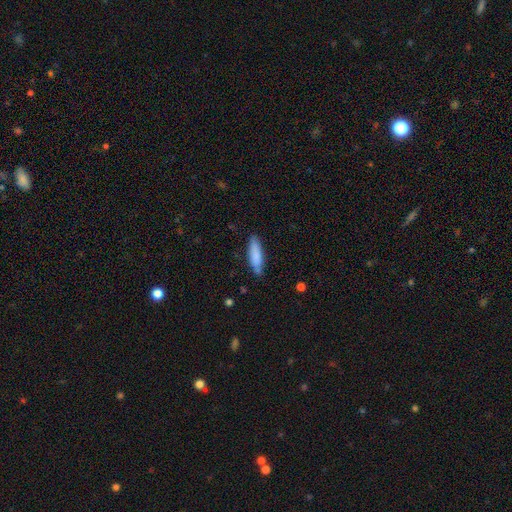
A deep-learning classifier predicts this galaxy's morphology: The model was most divided on "how rounded": cigar-shaped: 63%, in between: 36%, round: 1%. More confident: smooth or featured — smooth (82%); merging — none (77%).